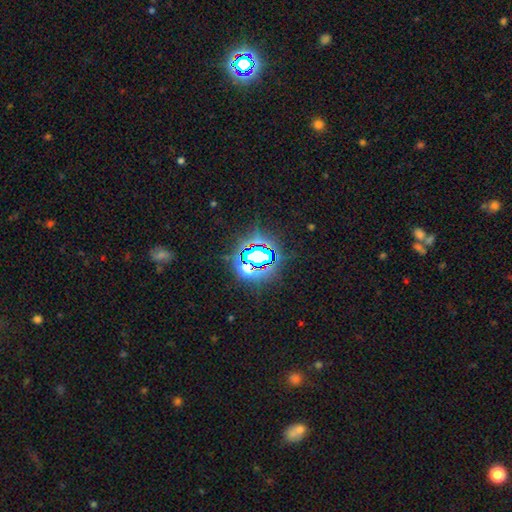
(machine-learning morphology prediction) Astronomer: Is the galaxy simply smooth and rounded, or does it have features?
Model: star or artifact — 76%.